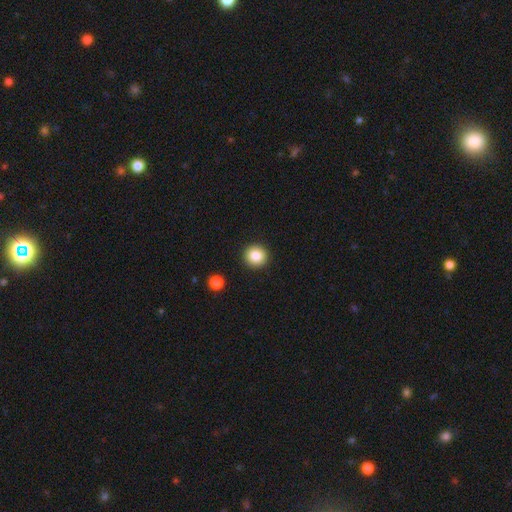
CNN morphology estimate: A smooth galaxy with no disk features (85%) that is round (94%).

Vote fractions:
- Smooth or featured? smooth: 85% / star or artifact: 9% / featured or disk: 6%
- How rounded? round: 94% / in between: 5% / cigar-shaped: 1%
- Merging? none: 92% / minor disturbance: 5% / major disturbance: 2% / merger: 1%